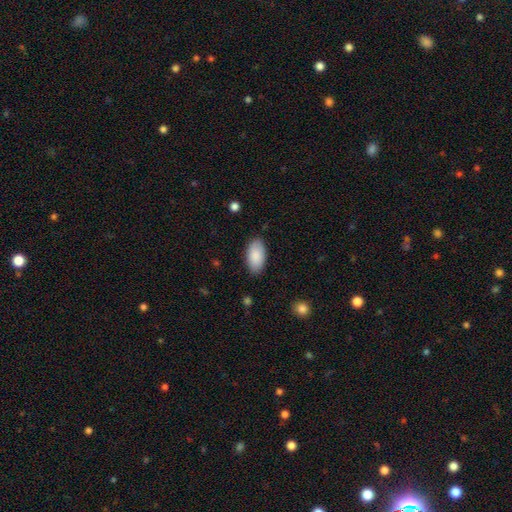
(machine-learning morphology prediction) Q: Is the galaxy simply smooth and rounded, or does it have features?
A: smooth — 88%.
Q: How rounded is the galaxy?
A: in between — 95%.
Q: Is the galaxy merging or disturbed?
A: none — 85%.